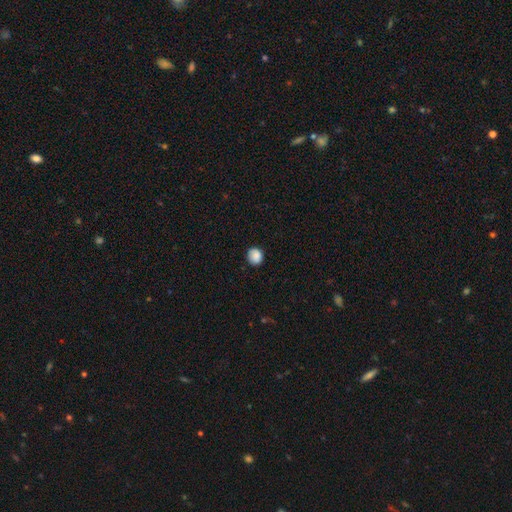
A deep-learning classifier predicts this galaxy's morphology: Overall: smooth (88%). How rounded: round (79%). Merging: none (87%).